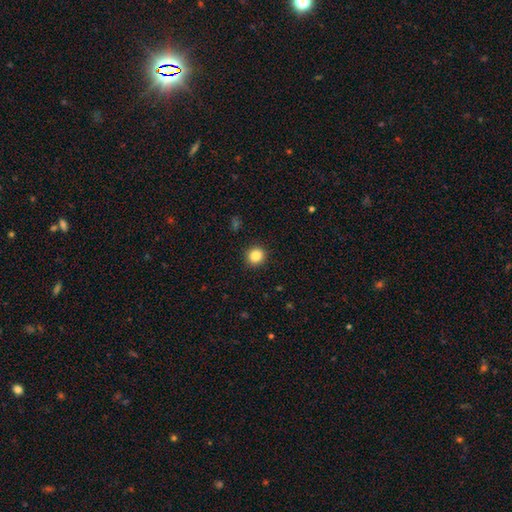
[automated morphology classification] This is clearly a smooth galaxy (87%). How rounded: clearly round (89%). Merging: clearly none (91%).